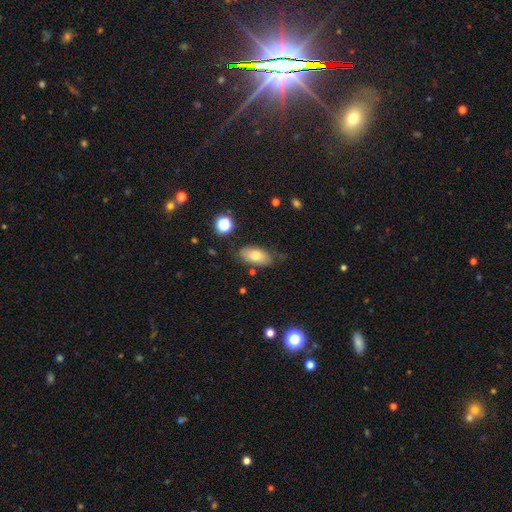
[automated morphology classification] Q: Smooth or featured?
A: smooth (73%); runner-up: featured or disk (18%)
Q: How rounded?
A: in between (90%); runner-up: cigar-shaped (6%)
Q: Merging?
A: none (73%); runner-up: minor disturbance (19%)